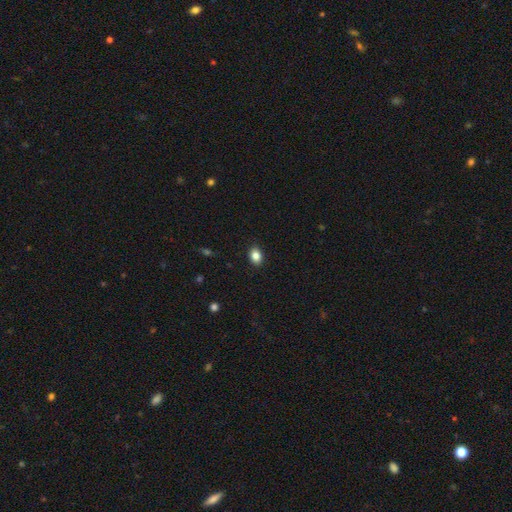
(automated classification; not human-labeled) Smooth or featured? smooth (85%)
How rounded? in between (73%)
Merging? none (89%)